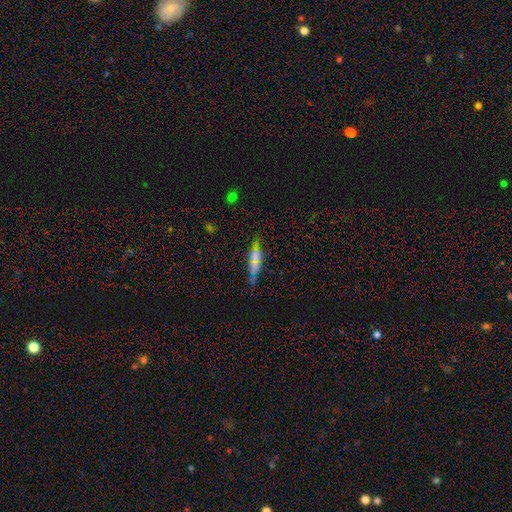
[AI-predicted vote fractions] A smooth galaxy with no disk features (49%). Merging: none (72%).